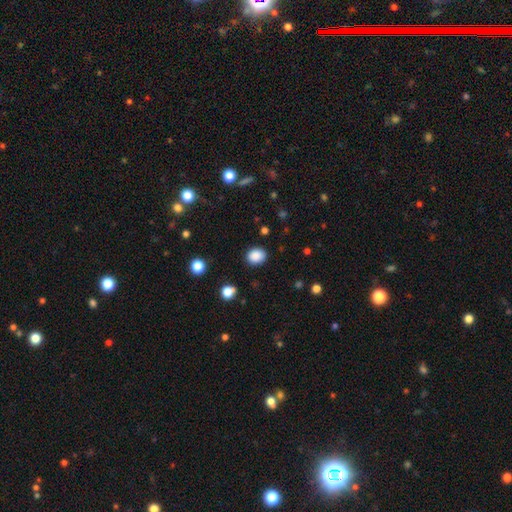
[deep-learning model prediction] A smooth galaxy with no disk features (87%) that is round (58%).

Vote fractions:
- Smooth or featured? smooth: 87% / star or artifact: 10% / featured or disk: 3%
- How rounded? round: 58% / in between: 41% / cigar-shaped: 1%
- Merging? none: 87% / minor disturbance: 9% / major disturbance: 3% / merger: 1%